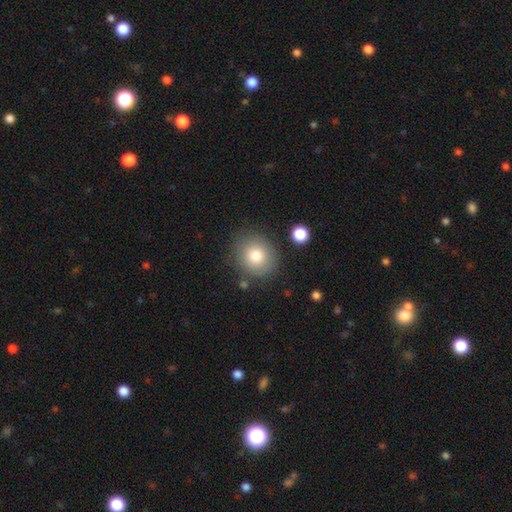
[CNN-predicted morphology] Smooth or featured? smooth (79%)
How rounded? round (85%)
Merging? none (82%)